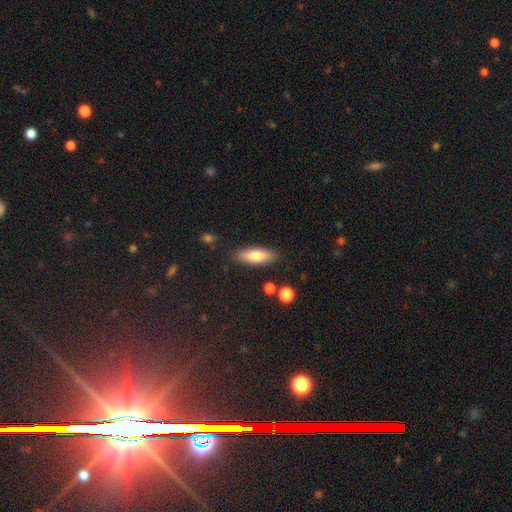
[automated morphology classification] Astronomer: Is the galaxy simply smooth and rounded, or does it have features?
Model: smooth — 75%.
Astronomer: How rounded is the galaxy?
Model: in between — 56% (runner-up: cigar-shaped, 42%).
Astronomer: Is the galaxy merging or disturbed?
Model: none — 84%.